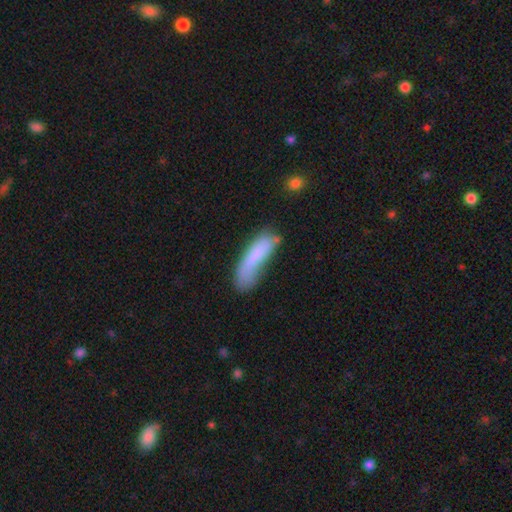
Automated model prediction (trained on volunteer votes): A smooth galaxy with no disk features (76%) that is cigar-shaped (64%). Merging: none (39%).